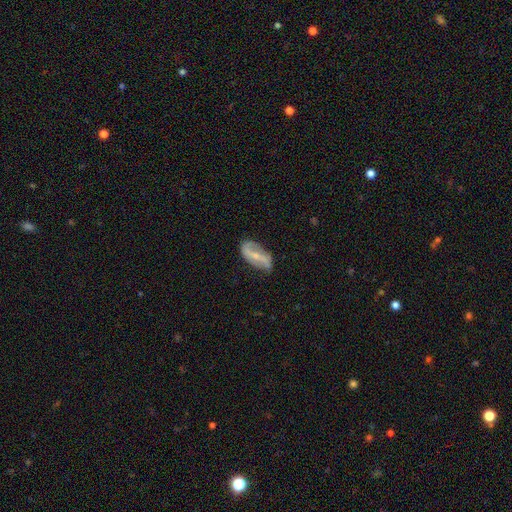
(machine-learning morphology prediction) Smooth or featured: featured or disk — 76% (smooth — 18%)
Edge-on disk: no — 93% (yes — 7%)
Bar: strong — 54% (weak — 30%)
Spiral arms: yes — 85% (no — 15%)
Spiral winding: loose — 61% (medium — 26%)
Spiral arm count: 2 — 88% (can't tell — 6%)
Bulge size: small — 65% (moderate — 26%)
Merging: none — 72% (minor disturbance — 20%)